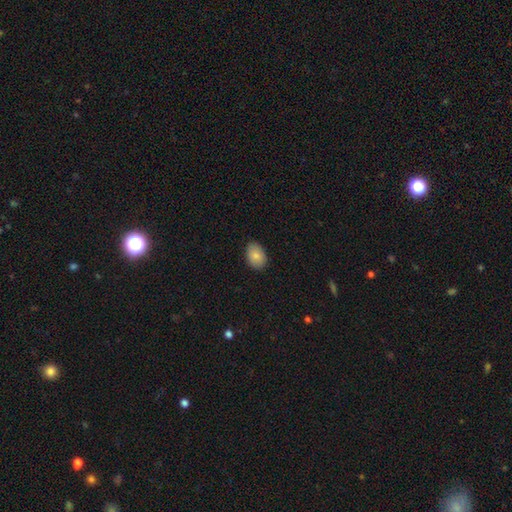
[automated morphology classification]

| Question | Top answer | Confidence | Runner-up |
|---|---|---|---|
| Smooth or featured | smooth | 84% | featured or disk (9%) |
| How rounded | in between | 83% | round (16%) |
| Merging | none | 86% | minor disturbance (11%) |